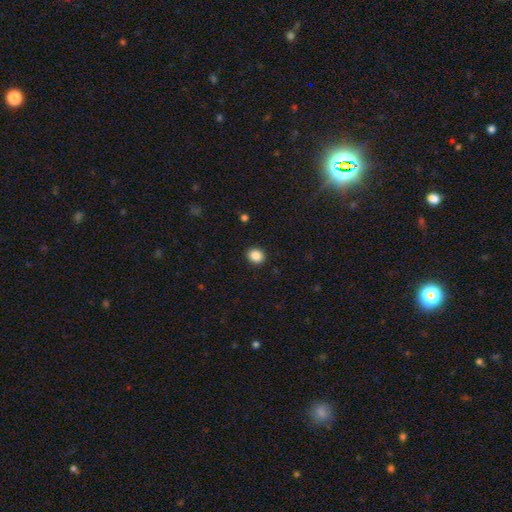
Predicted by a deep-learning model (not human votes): A smooth galaxy with no disk features (87%) that is round (68%). Merging: none (91%).